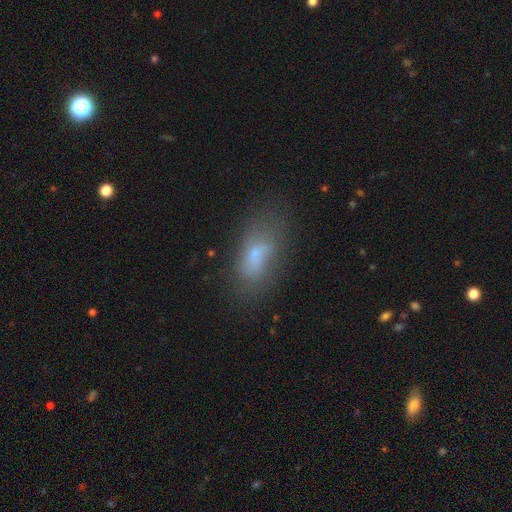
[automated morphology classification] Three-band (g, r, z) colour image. It shows a smooth galaxy with no disk features (59%) that is in between round and cigar-shaped (82%). Merging: none (52%).